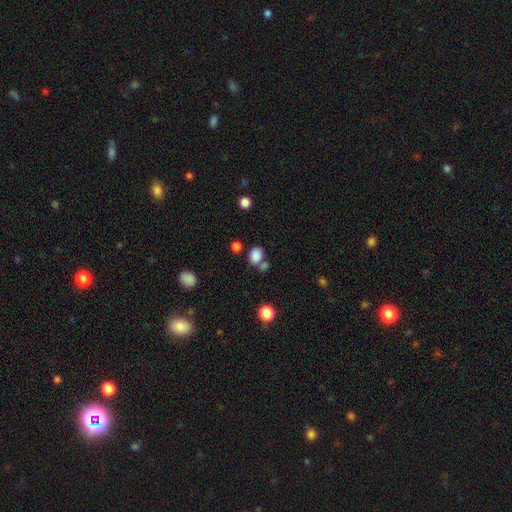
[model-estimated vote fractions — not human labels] smooth 85%, star or artifact 10%, featured or disk 5%. Down the decision tree: how rounded — in between (64%); merging — none (59%).